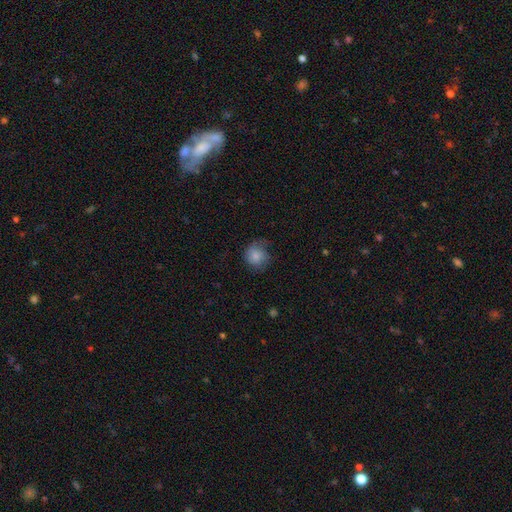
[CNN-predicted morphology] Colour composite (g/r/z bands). It shows a smooth galaxy with no disk features (81%) that is round (84%). Merging: none (58%).